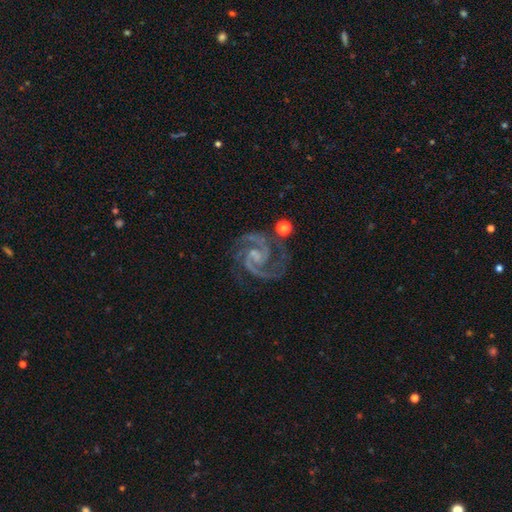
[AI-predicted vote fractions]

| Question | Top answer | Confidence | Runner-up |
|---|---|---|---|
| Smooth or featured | featured or disk | 93% | star or artifact (5%) |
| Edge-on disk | no | 98% | yes (2%) |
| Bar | no | 44% | weak (43%) |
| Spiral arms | yes | 99% | no (1%) |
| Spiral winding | medium | 59% | tight (34%) |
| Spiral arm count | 2 | 87% | 3 (7%) |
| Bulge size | small | 56% | none (28%) |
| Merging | none | 75% | minor disturbance (15%) |